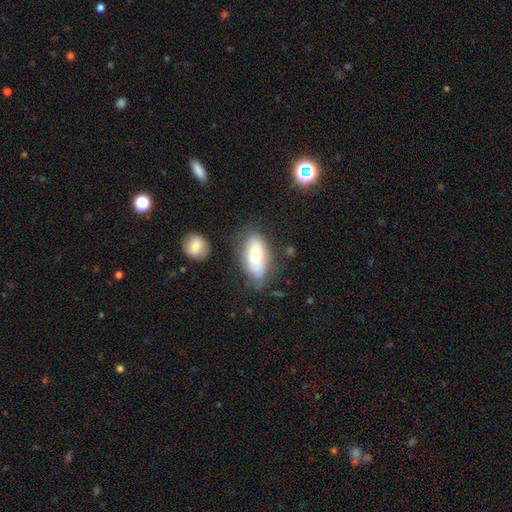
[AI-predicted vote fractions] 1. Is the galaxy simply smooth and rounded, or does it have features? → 70% smooth, 23% featured or disk, 7% star or artifact.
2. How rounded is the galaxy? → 89% in between, 8% cigar-shaped, 3% round.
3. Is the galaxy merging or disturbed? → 54% none, 28% minor disturbance, 12% major disturbance, 6% merger.